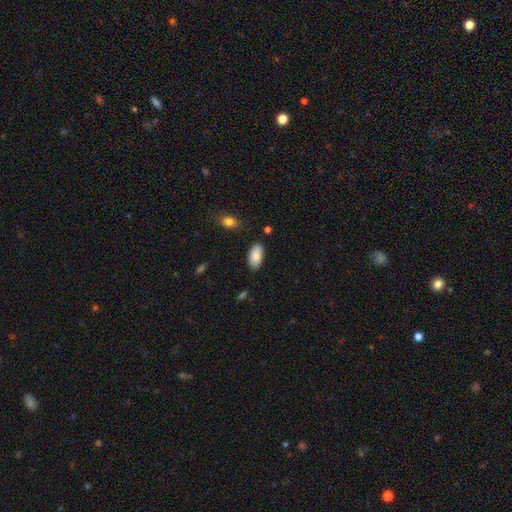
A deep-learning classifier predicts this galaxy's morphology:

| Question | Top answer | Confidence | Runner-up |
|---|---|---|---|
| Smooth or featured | smooth | 87% | featured or disk (7%) |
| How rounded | in between | 95% | cigar-shaped (3%) |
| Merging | none | 83% | minor disturbance (12%) |